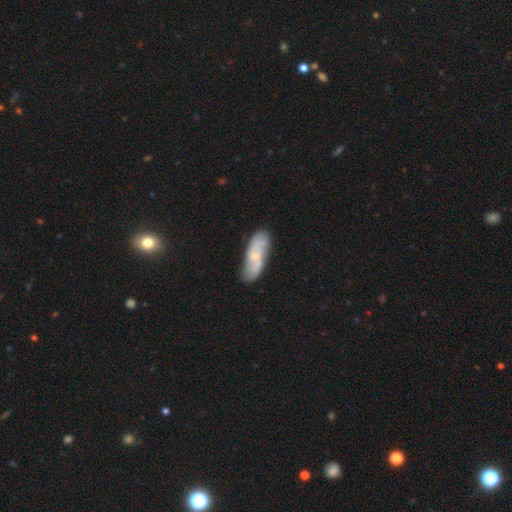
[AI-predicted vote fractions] The model was most divided on "smooth or featured": featured or disk: 56%, smooth: 37%, star or artifact: 7%. More confident: edge-on disk — no (87%); merging — none (69%).